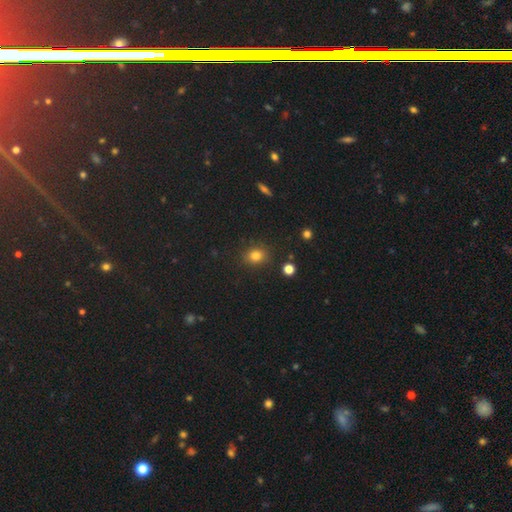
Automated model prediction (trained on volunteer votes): A smooth galaxy with no disk features (80%) that is round (63%). Merging: none (86%).